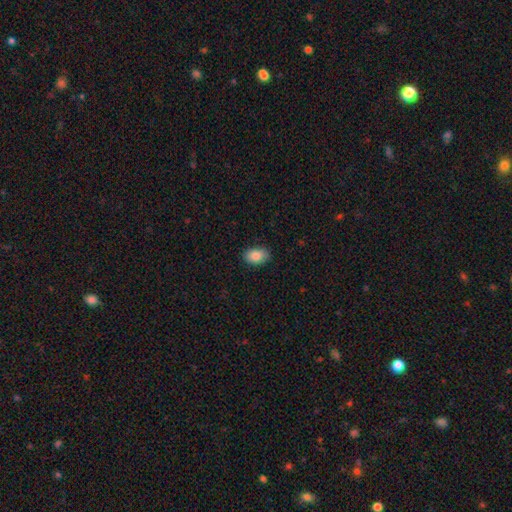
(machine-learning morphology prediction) Overall: smooth (86%). How rounded: in between (88%). Merging: none (87%).